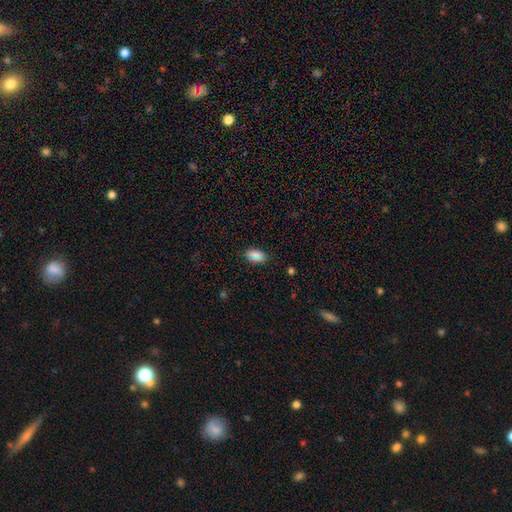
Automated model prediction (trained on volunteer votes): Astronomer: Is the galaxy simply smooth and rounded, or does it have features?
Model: smooth — 79%.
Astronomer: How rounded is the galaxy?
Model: in between — 91%.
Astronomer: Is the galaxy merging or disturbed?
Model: none — 84%.